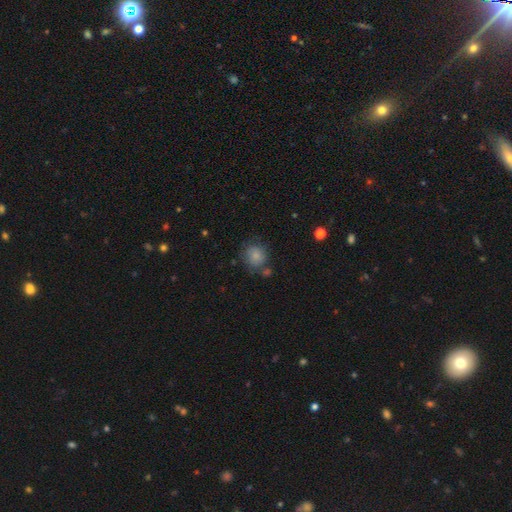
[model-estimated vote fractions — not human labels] smooth_or_featured: smooth (p=0.82) [alt: featured or disk p=0.09]
how_rounded: round (p=0.80) [alt: in between p=0.19]
merging: none (p=0.63) [alt: minor disturbance p=0.20]